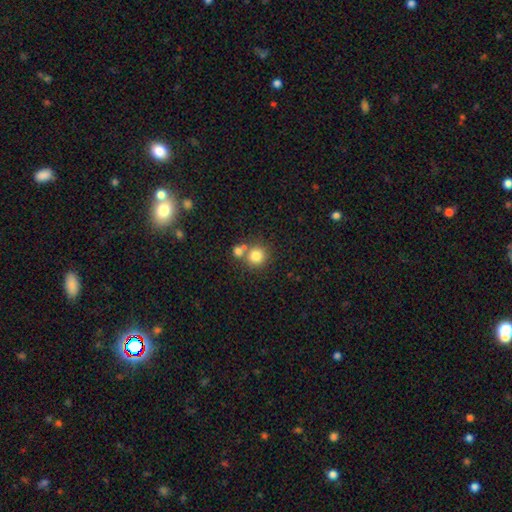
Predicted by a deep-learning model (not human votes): A smooth galaxy with no disk features (80%) that is round (91%). Merging: none (58%).